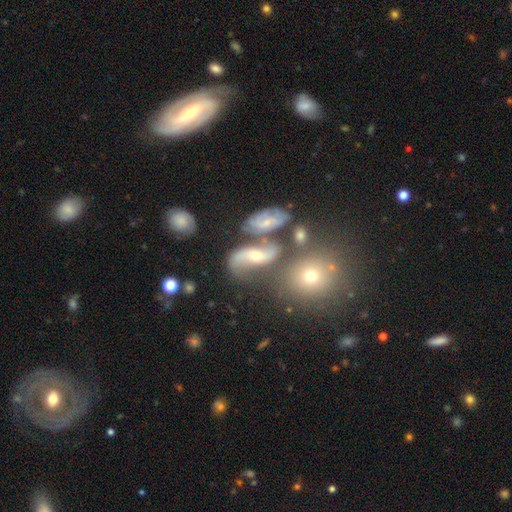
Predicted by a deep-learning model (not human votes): Smooth or featured?
  - featured or disk: 55% *
  - smooth: 24%
  - star or artifact: 21%
Edge-on disk?
  - no: 85% *
  - yes: 15%
Merging?
  - none: 50% *
  - merger: 25%
  - minor disturbance: 15%
  - major disturbance: 10%